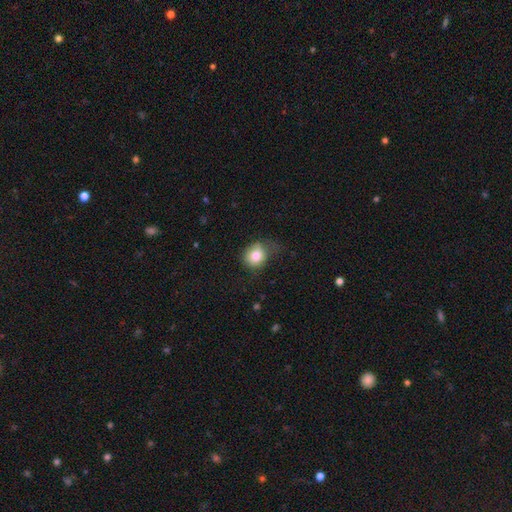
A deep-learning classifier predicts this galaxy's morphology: A smooth galaxy with no disk features (79%) that is round (73%). Merging: none (48%).